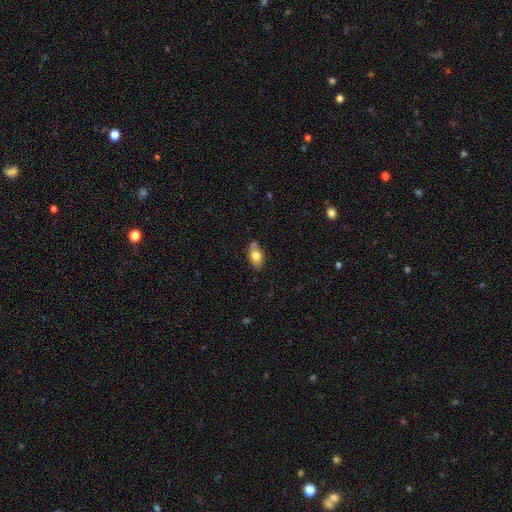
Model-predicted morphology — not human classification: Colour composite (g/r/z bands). It shows a smooth galaxy with no disk features (76%) that is in between round and cigar-shaped (85%). Merging: none (64%).